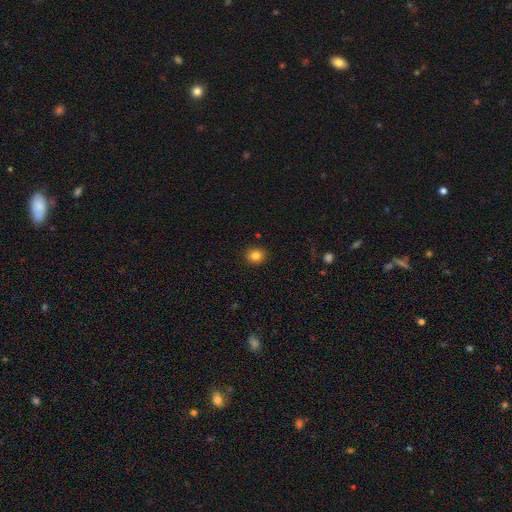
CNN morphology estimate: type=smooth (83%); roundness=round (75%); merging=none (90%).